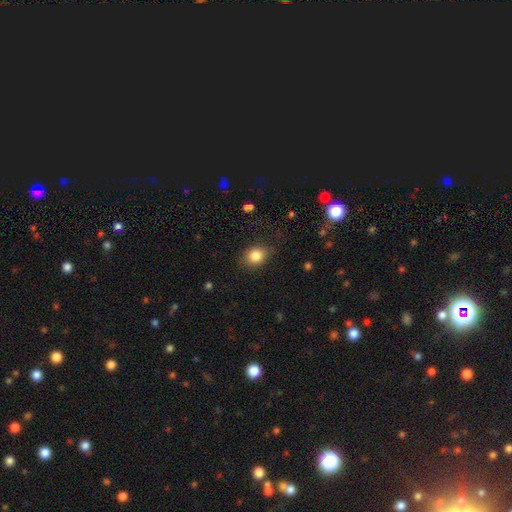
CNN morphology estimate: The model was most divided on "how rounded": round: 53%, in between: 46%, cigar-shaped: 1%. More confident: smooth or featured — smooth (83%); merging — none (78%).